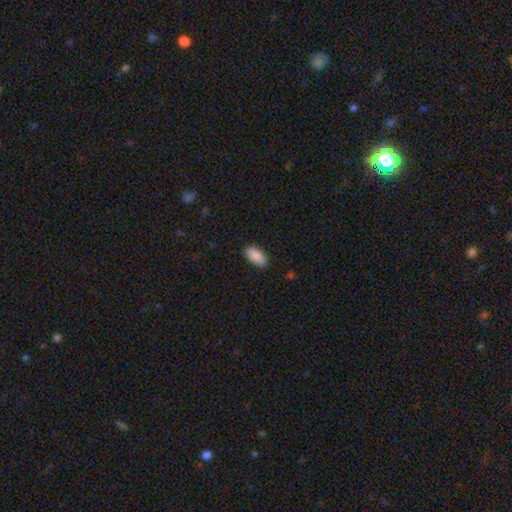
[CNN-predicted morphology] A smooth galaxy with no disk features (89%) that is in between round and cigar-shaped (91%). Merging: none (84%).